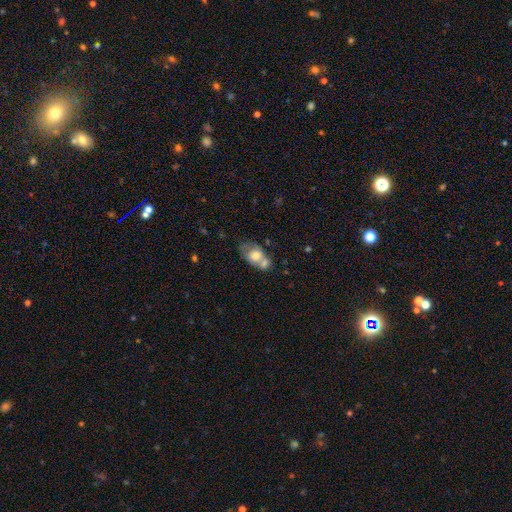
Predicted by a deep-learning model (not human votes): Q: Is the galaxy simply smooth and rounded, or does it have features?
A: smooth — 67%.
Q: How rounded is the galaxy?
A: in between — 73%.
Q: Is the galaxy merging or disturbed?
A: merger — 54%.